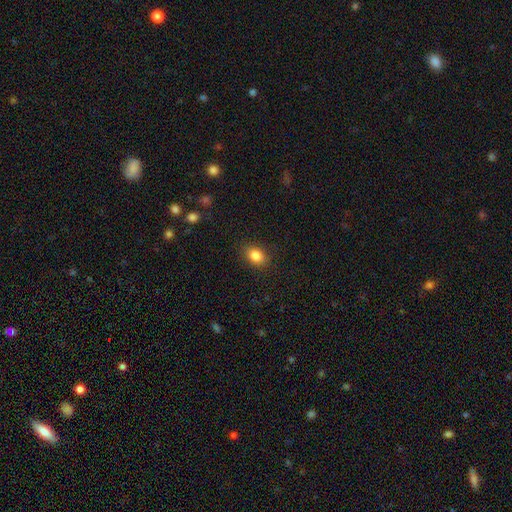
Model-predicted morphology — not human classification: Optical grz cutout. It shows a smooth galaxy with no disk features (85%) that is in between round and cigar-shaped (72%). Merging: none (87%).